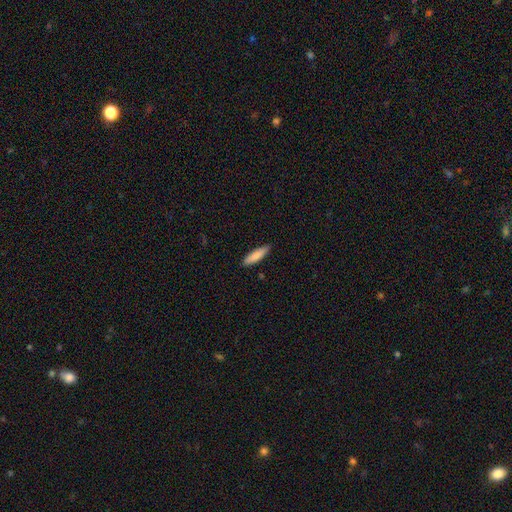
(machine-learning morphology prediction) Smooth or featured? Predicted: smooth (p=0.83). How rounded? Predicted: cigar-shaped (p=0.73). Merging? Predicted: none (p=0.89).